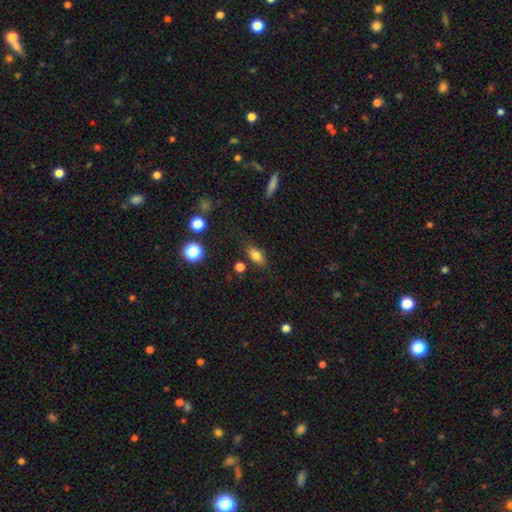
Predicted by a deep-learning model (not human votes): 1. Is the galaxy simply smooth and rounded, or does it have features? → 80% smooth, 10% star or artifact, 10% featured or disk.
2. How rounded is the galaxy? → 84% in between, 10% round, 6% cigar-shaped.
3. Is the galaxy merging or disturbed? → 80% none, 13% minor disturbance, 4% major disturbance, 3% merger.